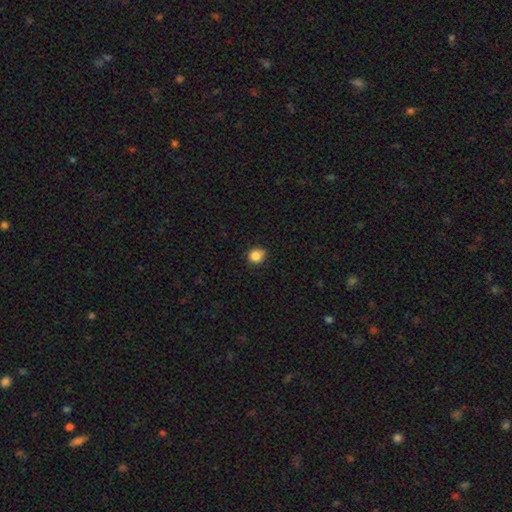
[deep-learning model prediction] Smooth or featured: smooth — 85% (star or artifact — 11%)
How rounded: round — 82% (in between — 17%)
Merging: none — 79% (minor disturbance — 17%)